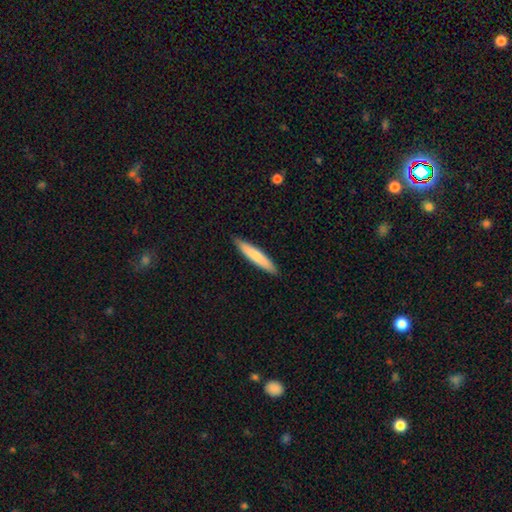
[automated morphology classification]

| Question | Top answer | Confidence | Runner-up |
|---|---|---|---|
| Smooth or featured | smooth | 77% | featured or disk (19%) |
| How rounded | cigar-shaped | 93% | in between (6%) |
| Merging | none | 91% | minor disturbance (7%) |